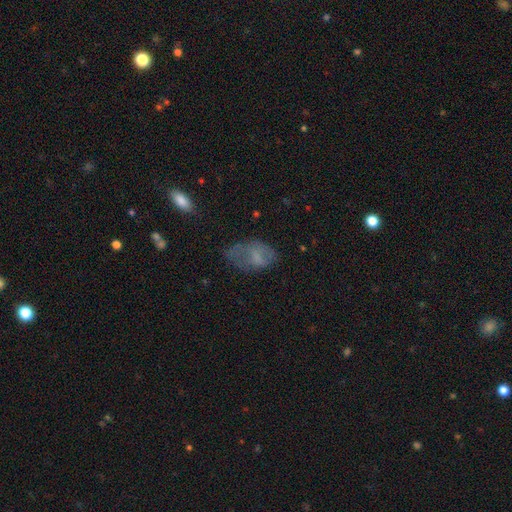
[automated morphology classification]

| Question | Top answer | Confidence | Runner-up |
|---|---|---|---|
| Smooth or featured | smooth | 55% | featured or disk (34%) |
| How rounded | in between | 89% | round (8%) |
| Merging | none | 43% | minor disturbance (29%) |